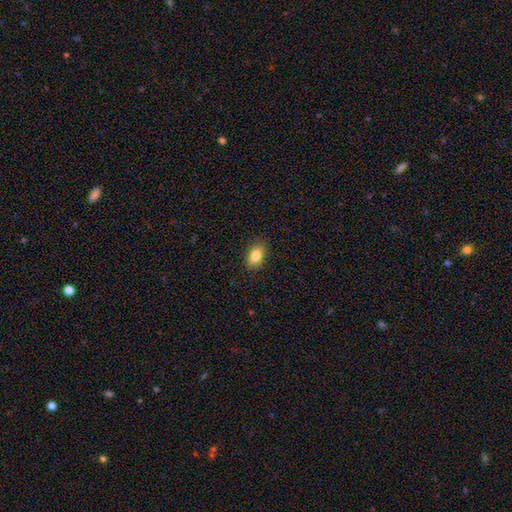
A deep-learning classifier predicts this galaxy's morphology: This is clearly a smooth galaxy (84%). How rounded: clearly in between (88%). Merging: clearly none (87%).